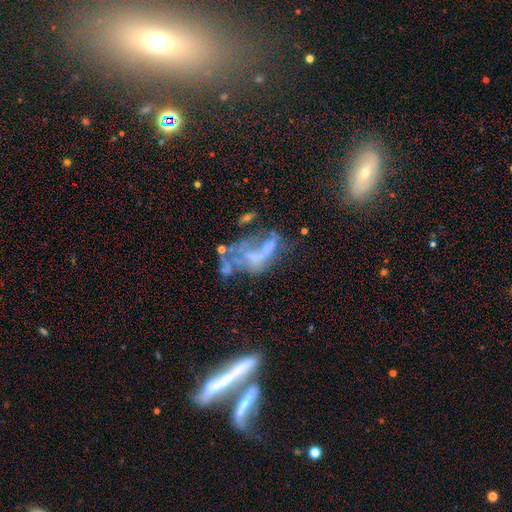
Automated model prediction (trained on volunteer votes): Smooth or featured? Predicted: featured or disk (p=0.58). Edge-on disk? Predicted: no (p=0.94). Bar? Predicted: no (p=0.79). Spiral arms? Predicted: no (p=0.79). Bulge size? Predicted: none (p=0.71). Merging? Predicted: major disturbance (p=0.38).